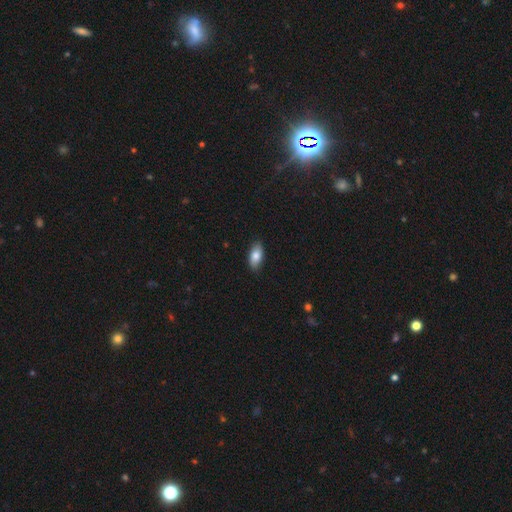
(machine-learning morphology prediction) The model was most divided on "smooth or featured": smooth: 83%, featured or disk: 10%, star or artifact: 7%. More confident: how rounded — in between (90%); merging — none (88%).